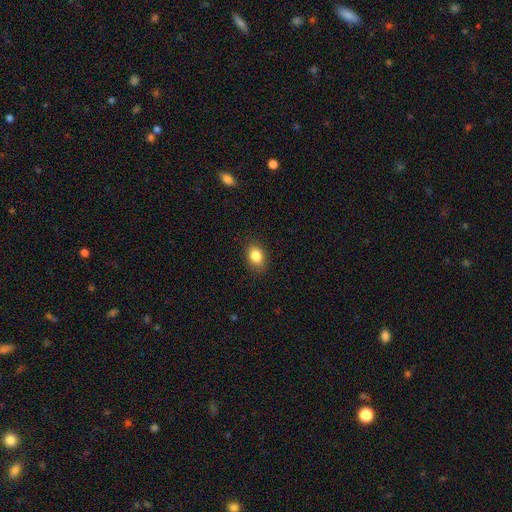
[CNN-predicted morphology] smooth-or-featured: smooth: 85% | star or artifact: 9% | featured or disk: 6%
  how-rounded: in between: 73% | round: 25% | cigar-shaped: 1%
  merging: none: 86% | minor disturbance: 10% | major disturbance: 3% | merger: 1%